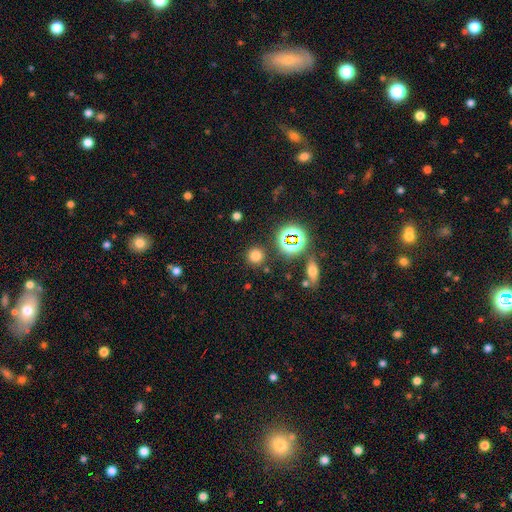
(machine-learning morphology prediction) A smooth galaxy with no disk features (70%) that is round (93%).

Vote fractions:
- Smooth or featured? smooth: 70% / star or artifact: 23% / featured or disk: 6%
- How rounded? round: 93% / in between: 6% / cigar-shaped: 1%
- Merging? none: 87% / minor disturbance: 7% / merger: 3% / major disturbance: 3%